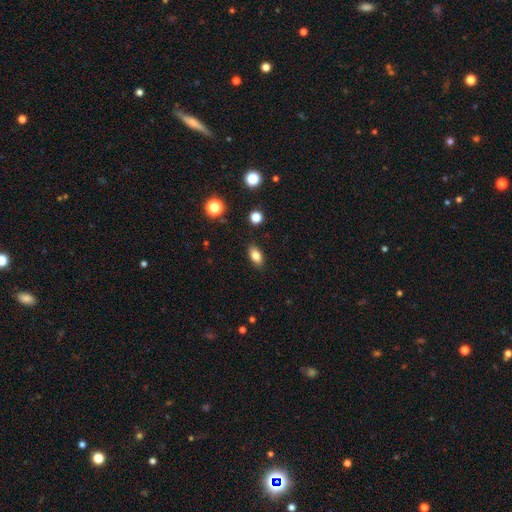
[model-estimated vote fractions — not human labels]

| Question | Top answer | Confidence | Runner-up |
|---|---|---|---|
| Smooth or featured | smooth | 81% | star or artifact (10%) |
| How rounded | in between | 87% | round (9%) |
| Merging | none | 87% | minor disturbance (10%) |